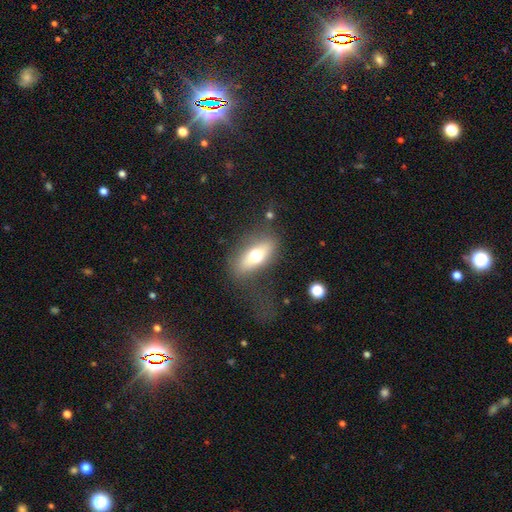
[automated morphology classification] Smooth or featured: smooth — 59% (featured or disk — 33%)
How rounded: in between — 76% (cigar-shaped — 18%)
Merging: none — 61% (minor disturbance — 19%)